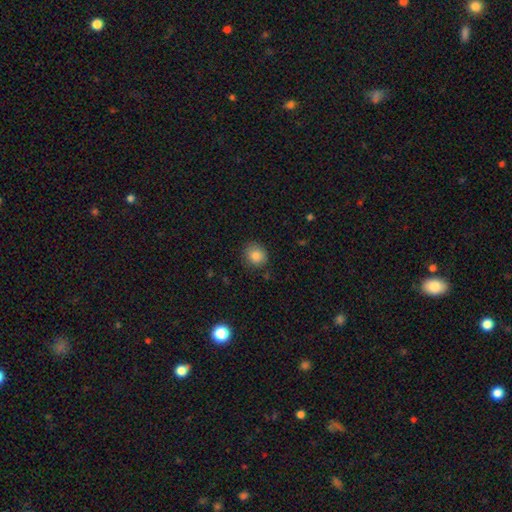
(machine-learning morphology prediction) The model was most divided on "how rounded": round: 82%, in between: 17%, cigar-shaped: 1%. More confident: merging — none (84%); smooth or featured — smooth (84%).